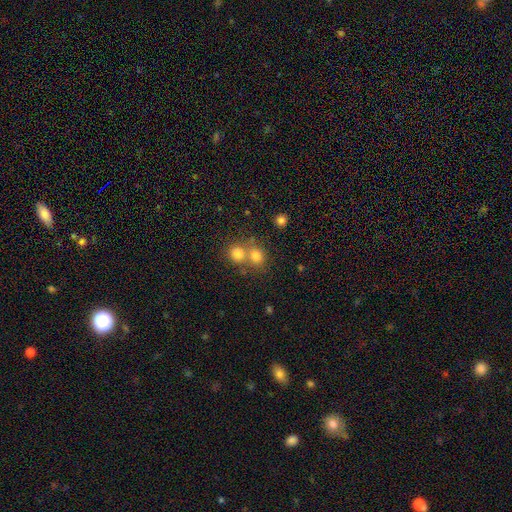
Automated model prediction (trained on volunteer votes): This appears to be a smooth galaxy with no disk features (76%) that is round (81%). Merging: none (46%).